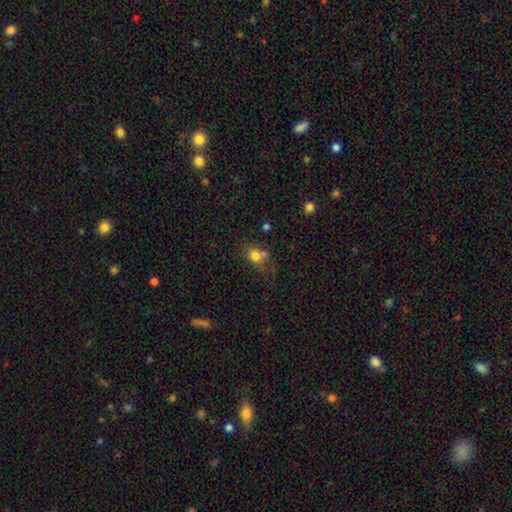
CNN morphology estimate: Overall: smooth (77%). How rounded: round (57%; in between 41%). Merging: none (48%; merger 27%).